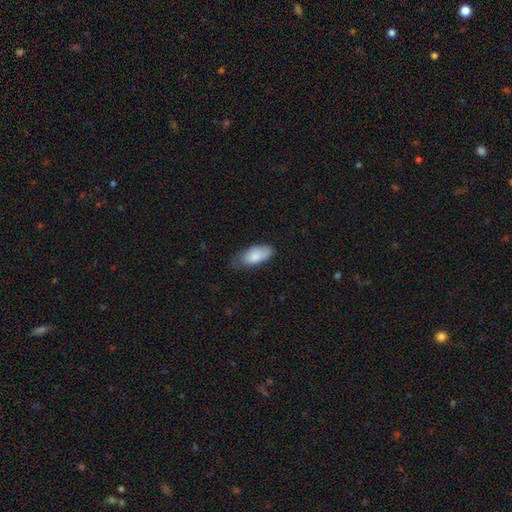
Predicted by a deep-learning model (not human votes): Morphology: type=smooth (83%); roundness=in between (89%); merging=none (54%).